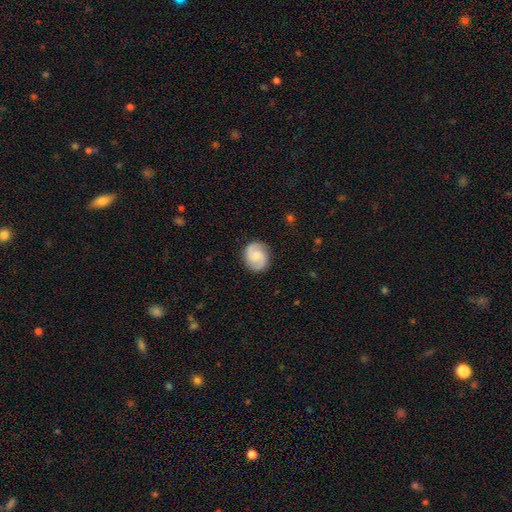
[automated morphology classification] Smooth or featured? Predicted: featured or disk (p=0.66). Edge-on disk? Predicted: no (p=0.98). Bar? Predicted: no (p=0.53). Spiral arms? Predicted: yes (p=0.96). Spiral winding? Predicted: medium (p=0.50). Spiral arm count? Predicted: 2 (p=0.92). Bulge size? Predicted: small (p=0.36). Merging? Predicted: none (p=0.86).